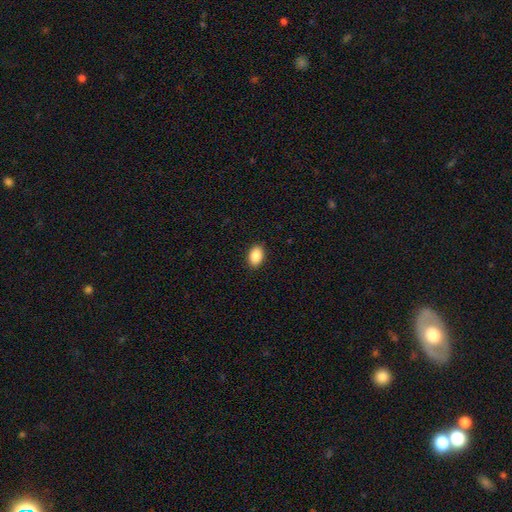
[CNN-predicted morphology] A smooth galaxy with no disk features (88%) that is in between round and cigar-shaped (87%). Merging: none (90%).